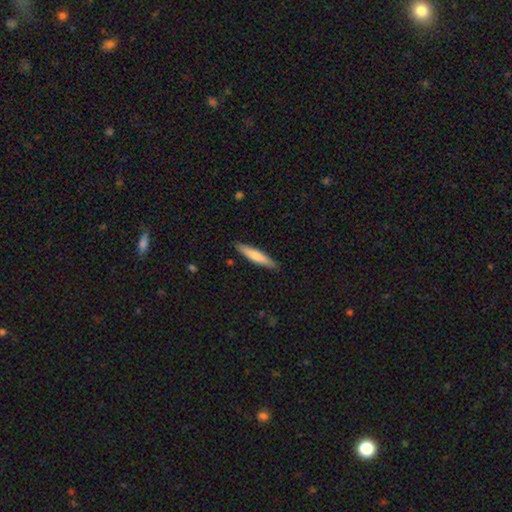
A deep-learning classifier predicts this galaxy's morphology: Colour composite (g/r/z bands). It shows a smooth galaxy with no disk features (72%) that is cigar-shaped (89%). Merging: none (89%).